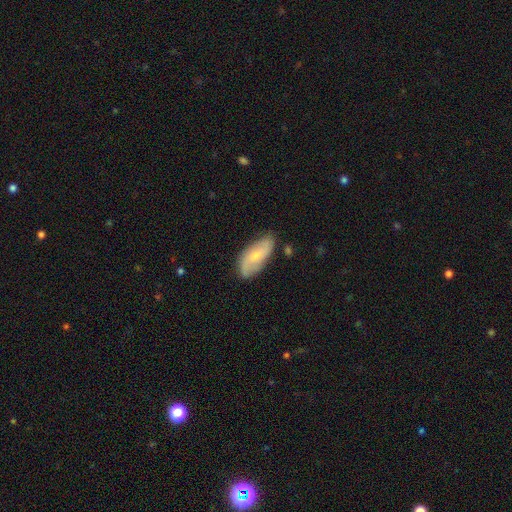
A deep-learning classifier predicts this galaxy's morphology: Smooth or featured? featured or disk (51%)
Edge-on disk? no (90%)
Merging? none (71%)